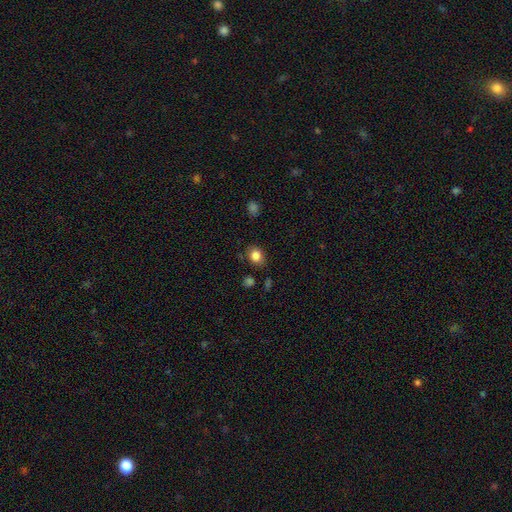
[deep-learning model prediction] The model was most divided on "how rounded": round: 51%, in between: 48%, cigar-shaped: 1%. More confident: smooth or featured — smooth (84%); merging — none (80%).